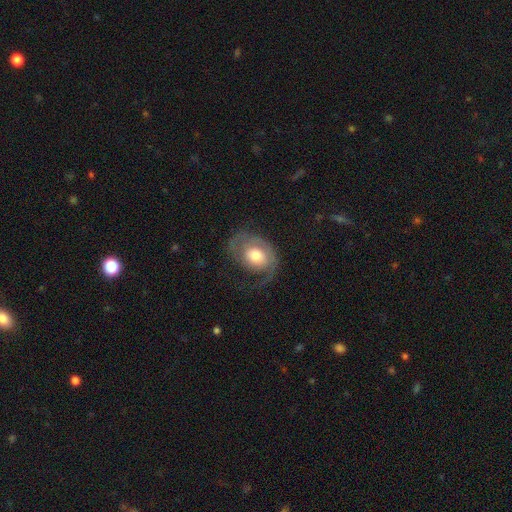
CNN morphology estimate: smooth-or-featured: featured or disk: 62% | smooth: 32% | star or artifact: 7%
  disk-edge-on: no: 96% | yes: 4%
    bar: no: 76% | weak: 19% | strong: 4%
    has-spiral-arms: yes: 80% | no: 20%
    bulge-size: moderate: 63% | large: 17% | small: 16% | dominant: 2% | none: 1%
  merging: none: 44% | major disturbance: 33% | minor disturbance: 21% | merger: 2%